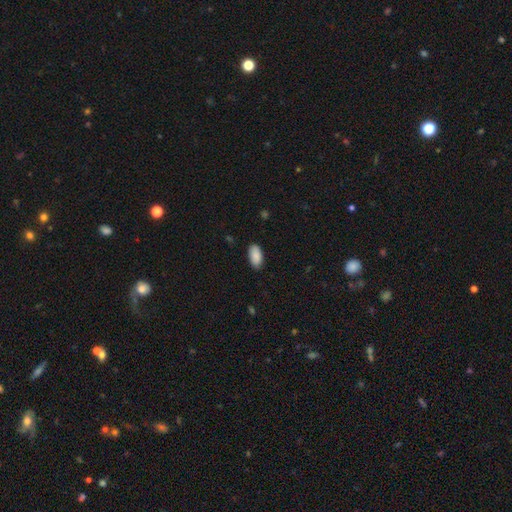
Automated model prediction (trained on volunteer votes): Smooth or featured: smooth — 89% (star or artifact — 6%)
How rounded: in between — 95% (cigar-shaped — 3%)
Merging: none — 84% (minor disturbance — 12%)